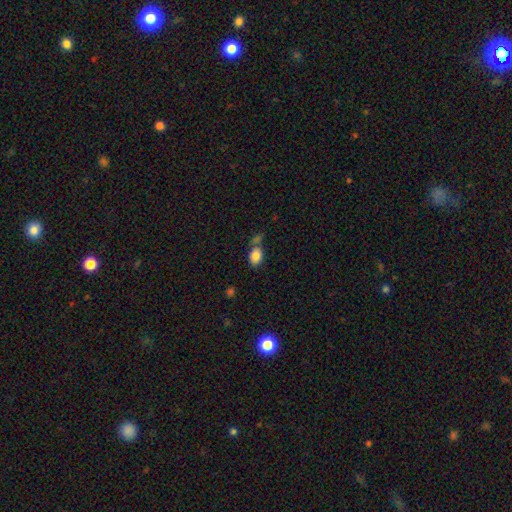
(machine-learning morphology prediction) smooth-or-featured: smooth: 85% | star or artifact: 9% | featured or disk: 7%
  how-rounded: in between: 76% | round: 23% | cigar-shaped: 1%
  merging: none: 53% | merger: 25% | minor disturbance: 16% | major disturbance: 6%